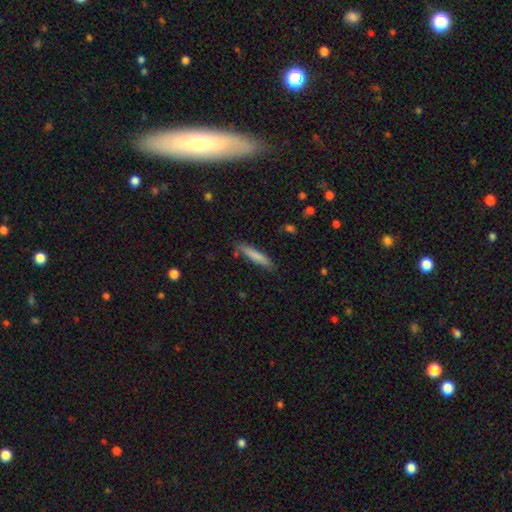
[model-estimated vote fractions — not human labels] Smooth or featured? smooth (80%)
How rounded? cigar-shaped (90%)
Merging? none (84%)